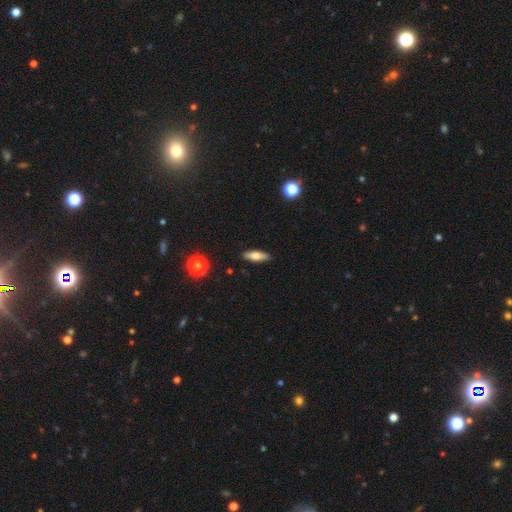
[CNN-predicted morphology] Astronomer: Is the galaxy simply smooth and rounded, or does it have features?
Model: smooth — 66%.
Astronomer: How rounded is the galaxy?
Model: in between — 55% (runner-up: cigar-shaped, 41%).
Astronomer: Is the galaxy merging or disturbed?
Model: none — 89%.